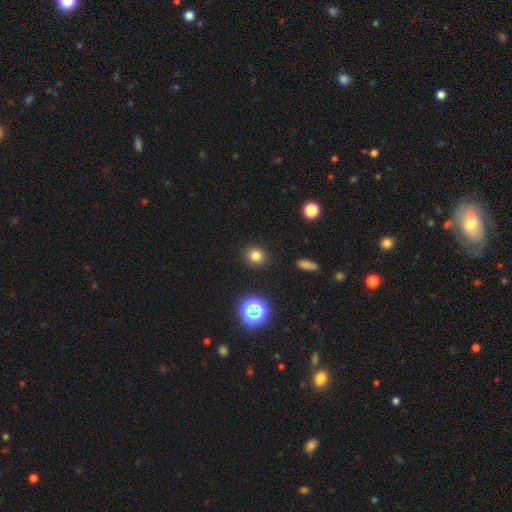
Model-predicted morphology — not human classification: Smooth or featured? Predicted: smooth (p=0.78). How rounded? Predicted: round (p=0.85). Merging? Predicted: none (p=0.90).